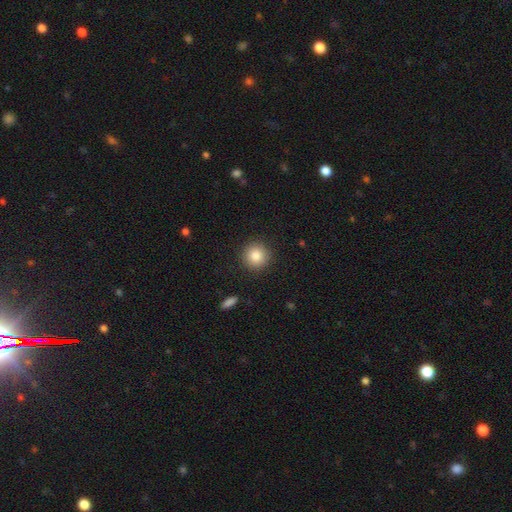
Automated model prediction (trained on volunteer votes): smooth_or_featured: smooth (p=0.84) [alt: star or artifact p=0.09]
how_rounded: round (p=0.93) [alt: in between p=0.06]
merging: none (p=0.91) [alt: minor disturbance p=0.06]